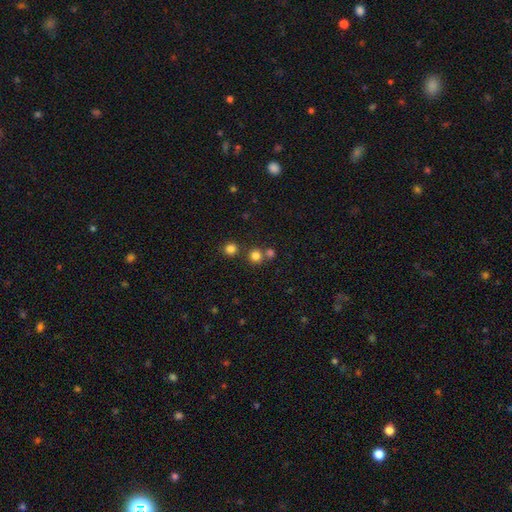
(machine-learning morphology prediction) A smooth galaxy with no disk features (78%) that is round (91%).

Vote fractions:
- Smooth or featured? smooth: 78% / star or artifact: 17% / featured or disk: 6%
- How rounded? round: 91% / in between: 8% / cigar-shaped: 1%
- Merging? none: 70% / merger: 21% / minor disturbance: 6% / major disturbance: 3%